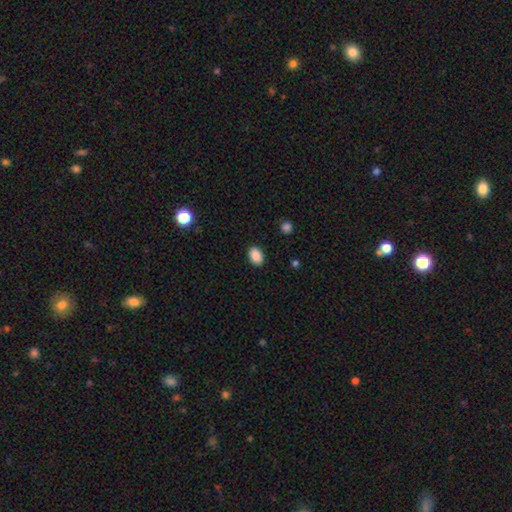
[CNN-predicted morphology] This appears to be a smooth galaxy with no disk features (89%) that is in between round and cigar-shaped (86%). Merging: none (89%).